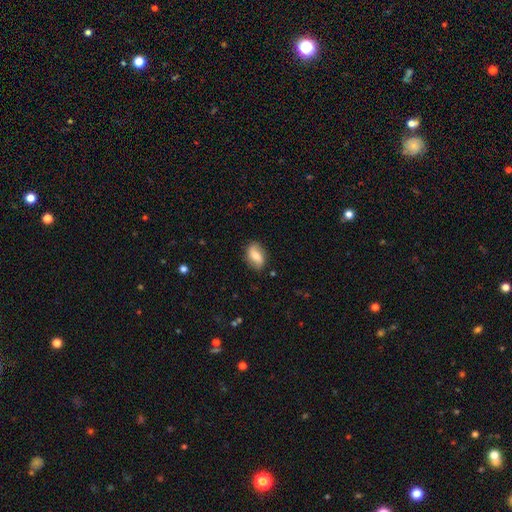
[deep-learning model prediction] This appears to be a smooth galaxy with no disk features (65%) that is in between round and cigar-shaped (87%). Merging: none (82%).